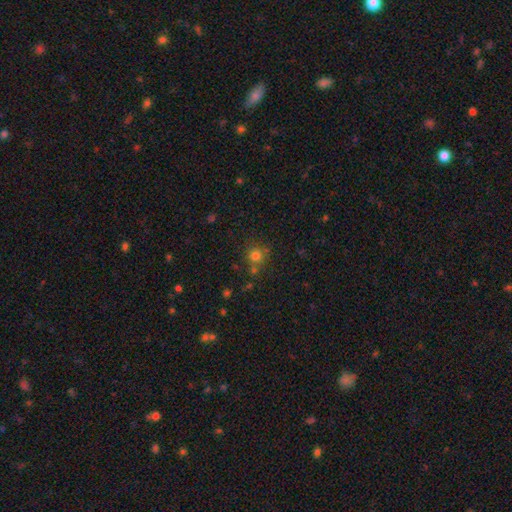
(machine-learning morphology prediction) Smooth or featured?
  - smooth: 75% *
  - star or artifact: 17%
  - featured or disk: 8%
How rounded?
  - round: 90% *
  - in between: 9%
  - cigar-shaped: 1%
Merging?
  - none: 69% *
  - merger: 16%
  - minor disturbance: 11%
  - major disturbance: 4%